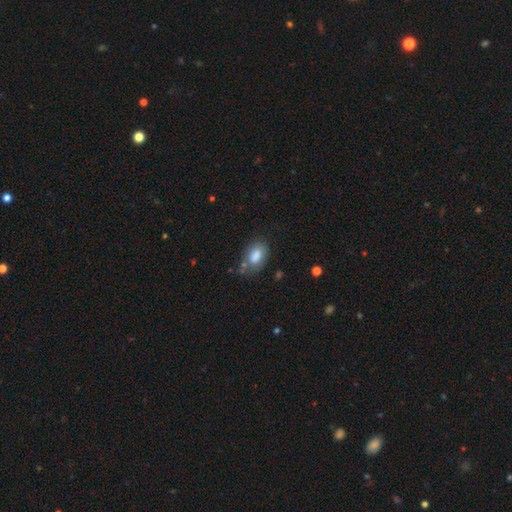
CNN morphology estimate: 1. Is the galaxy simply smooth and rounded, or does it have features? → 80% smooth, 12% featured or disk, 8% star or artifact.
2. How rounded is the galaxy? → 90% in between, 8% round, 2% cigar-shaped.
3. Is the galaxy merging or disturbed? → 59% none, 25% minor disturbance, 8% major disturbance, 7% merger.